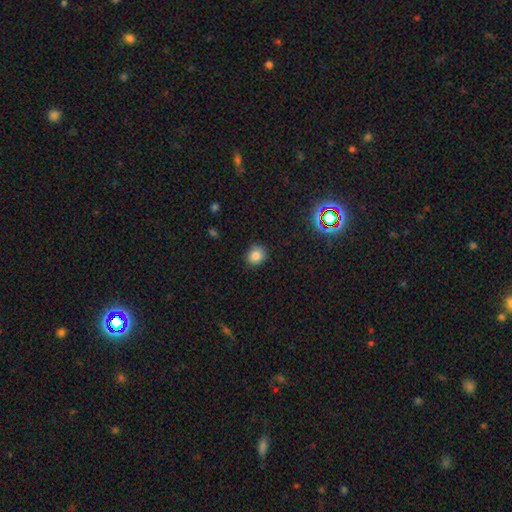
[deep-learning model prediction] Smooth or featured? Predicted: smooth (p=0.83). How rounded? Predicted: round (p=0.81). Merging? Predicted: none (p=0.84).